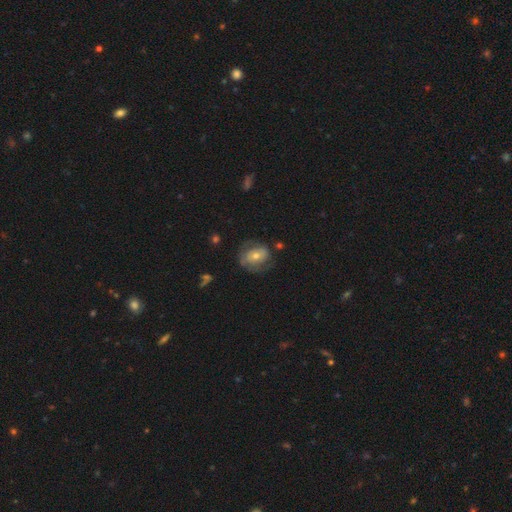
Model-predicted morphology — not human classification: Smooth or featured: featured or disk — 50% (smooth — 43%)
Edge-on disk: no — 95% (yes — 5%)
Merging: none — 60% (minor disturbance — 23%)